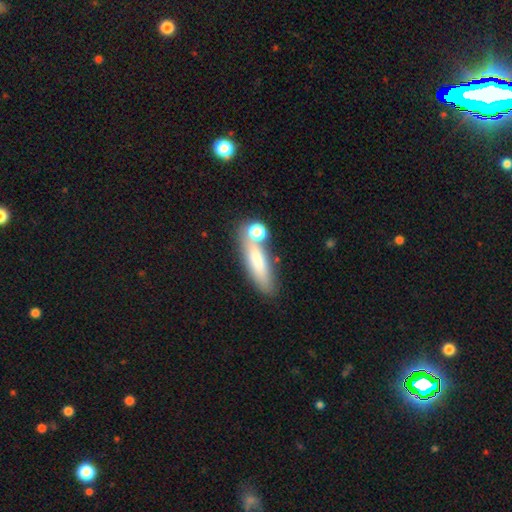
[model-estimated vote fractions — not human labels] Overall: smooth (72%). How rounded: cigar-shaped (59%; in between 36%). Merging: none (58%; merger 21%).